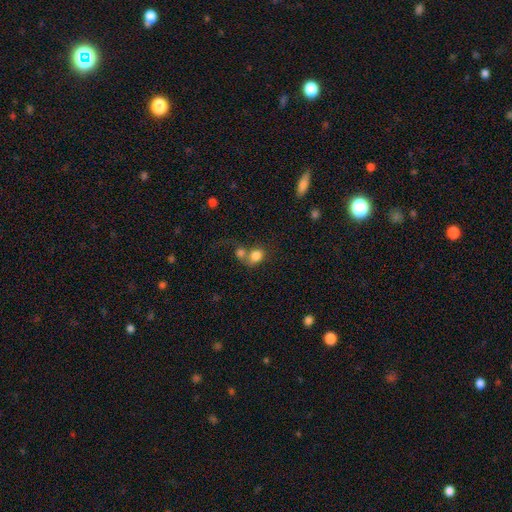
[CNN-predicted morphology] A smooth galaxy with no disk features (80%) that is round (58%).

Vote fractions:
- Smooth or featured? smooth: 80% / featured or disk: 11% / star or artifact: 9%
- How rounded? round: 58% / in between: 41% / cigar-shaped: 1%
- Merging? merger: 56% / none: 28% / minor disturbance: 9% / major disturbance: 8%